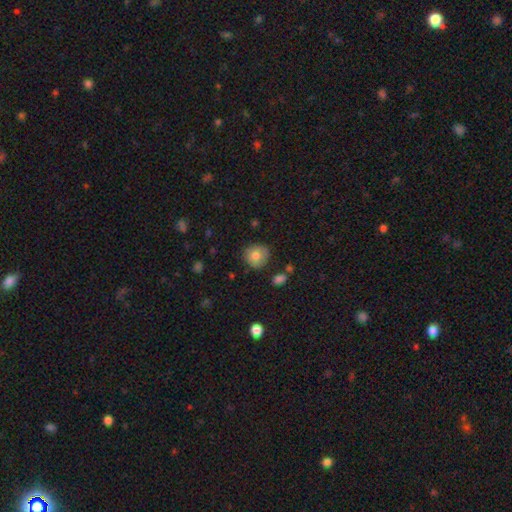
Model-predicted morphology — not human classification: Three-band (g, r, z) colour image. It shows a smooth galaxy with no disk features (79%) that is round (87%). Merging: none (77%).